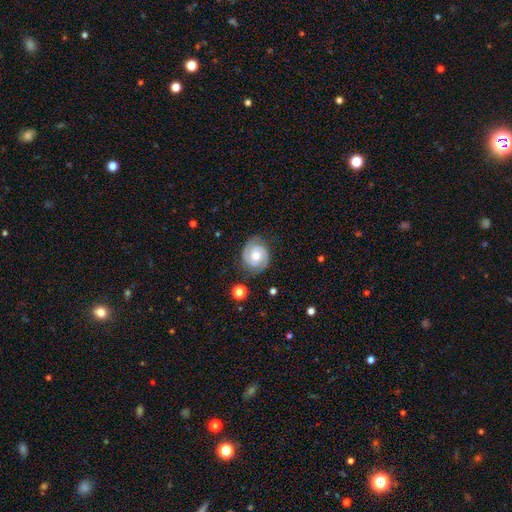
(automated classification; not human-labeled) This is clearly a featured or disk galaxy (86%). It is clearly not viewed edge-on (98%). Bar: likely no (64%). Spiral arm pattern: clearly yes (97%). Spiral arm count: clearly 2 (90%). Spiral winding: likely tight (62%). Central bulge: likely moderate (68%). Merging: clearly none (83%).